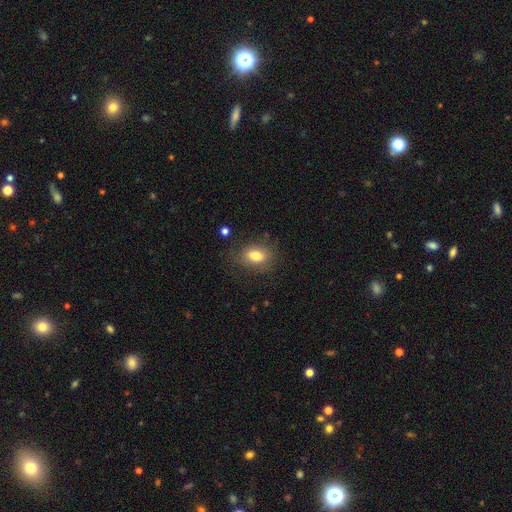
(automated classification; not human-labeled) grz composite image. It shows a smooth galaxy with no disk features (78%) that is in between round and cigar-shaped (75%). Merging: none (77%).